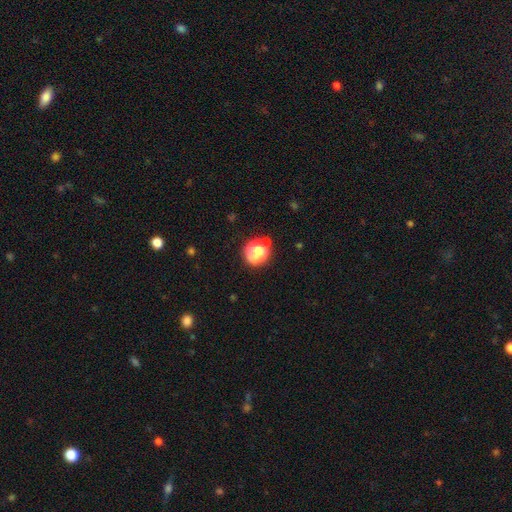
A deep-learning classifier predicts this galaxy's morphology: Q: Smooth or featured?
A: smooth (65%); runner-up: star or artifact (26%)
Q: How rounded?
A: round (83%); runner-up: in between (16%)
Q: Merging?
A: none (73%); runner-up: minor disturbance (13%)